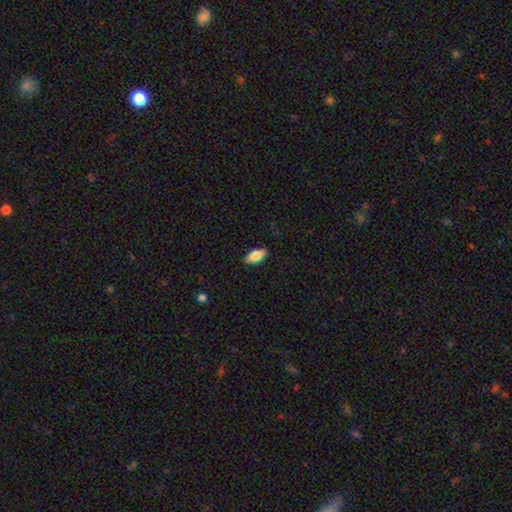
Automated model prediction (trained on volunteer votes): This appears to be a smooth galaxy with no disk features (81%) that is in between round and cigar-shaped (86%). Merging: none (86%).